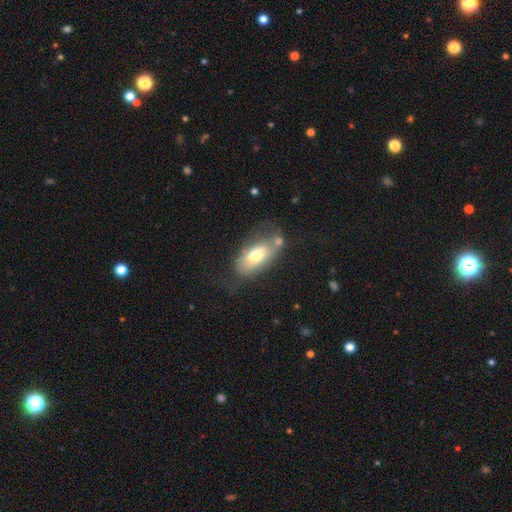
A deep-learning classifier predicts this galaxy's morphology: Smooth or featured? smooth (67%)
How rounded? in between (89%)
Merging? none (51%)